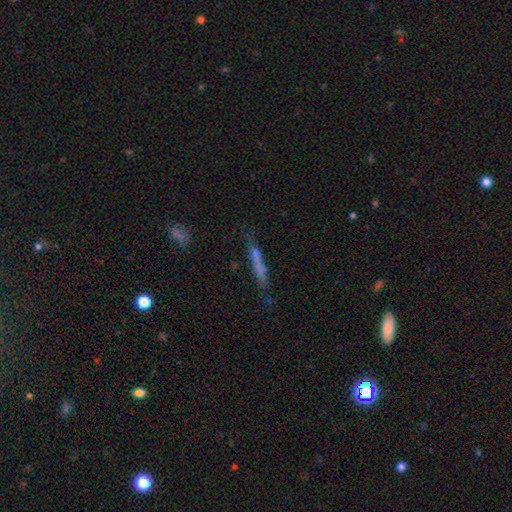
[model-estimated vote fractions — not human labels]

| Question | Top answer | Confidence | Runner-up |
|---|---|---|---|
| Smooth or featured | smooth | 60% | featured or disk (29%) |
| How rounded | cigar-shaped | 93% | in between (5%) |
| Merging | none | 66% | minor disturbance (21%) |